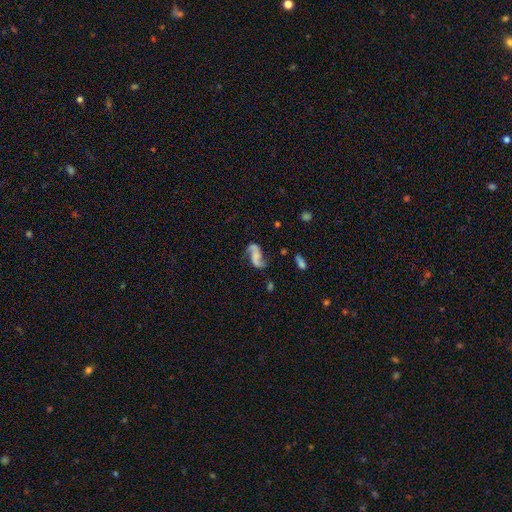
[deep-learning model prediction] Q: Smooth or featured?
A: featured or disk (80%); runner-up: smooth (13%)
Q: Edge-on disk?
A: no (97%); runner-up: yes (3%)
Q: Bar?
A: no (55%); runner-up: weak (31%)
Q: Spiral arms?
A: yes (94%); runner-up: no (6%)
Q: Spiral winding?
A: loose (76%); runner-up: medium (20%)
Q: Spiral arm count?
A: 2 (92%); runner-up: 1 (3%)
Q: Bulge size?
A: none (64%); runner-up: small (16%)
Q: Merging?
A: none (65%); runner-up: minor disturbance (18%)